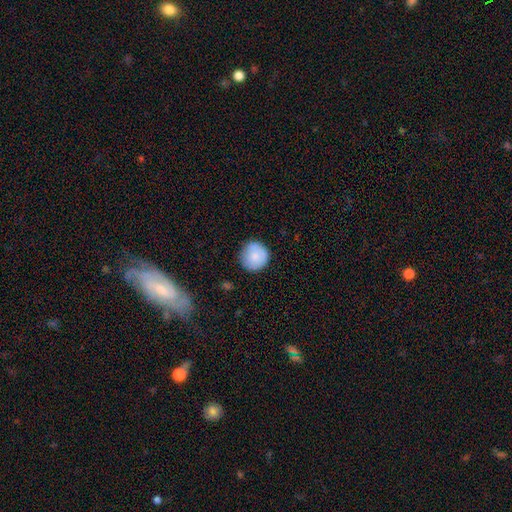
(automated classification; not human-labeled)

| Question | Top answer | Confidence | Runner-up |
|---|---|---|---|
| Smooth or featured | smooth | 83% | featured or disk (10%) |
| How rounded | round | 94% | in between (5%) |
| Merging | none | 84% | minor disturbance (12%) |